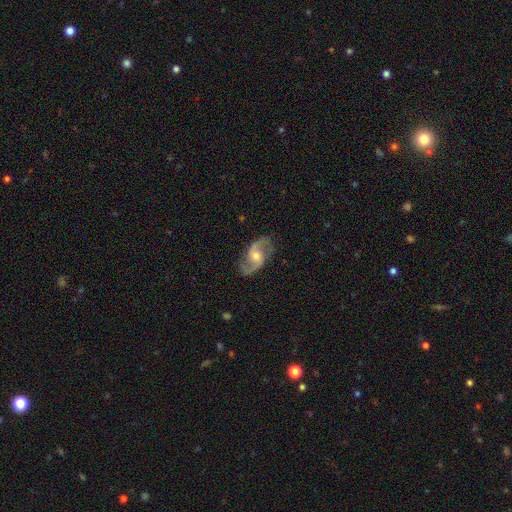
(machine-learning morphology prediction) Smooth or featured: featured or disk — 91% (smooth — 5%)
Edge-on disk: no — 97% (yes — 3%)
Bar: no — 50% (weak — 40%)
Spiral arms: yes — 97% (no — 3%)
Spiral winding: medium — 45% (tied with loose — 45%)
Spiral arm count: 2 — 94% (can't tell — 2%)
Bulge size: moderate — 53% (small — 41%)
Merging: none — 83% (minor disturbance — 12%)